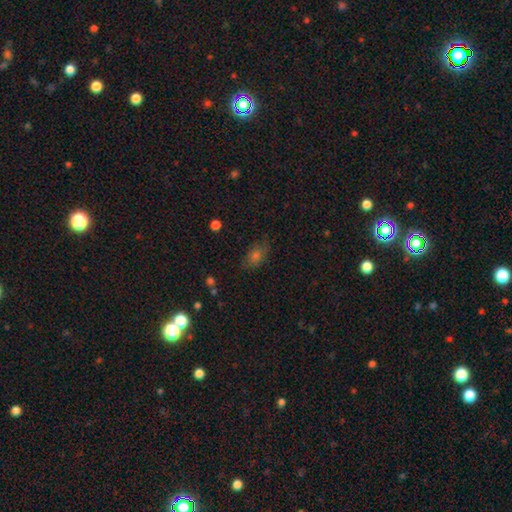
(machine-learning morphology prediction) smooth 59%, star or artifact 24%, featured or disk 16%. Down the decision tree: how rounded — in between (75%); merging — none (73%).